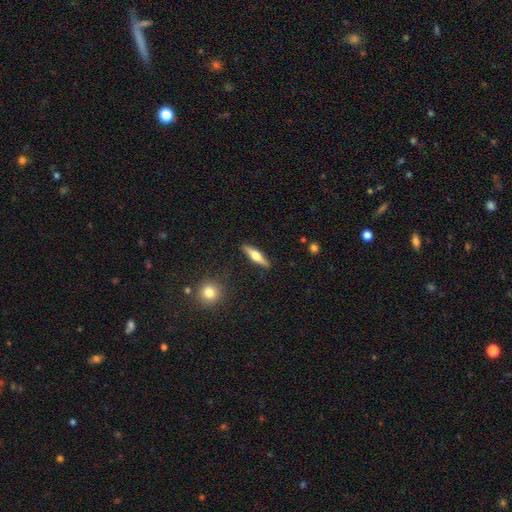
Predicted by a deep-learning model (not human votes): Smooth or featured?
  - featured or disk: 53% *
  - smooth: 41%
  - star or artifact: 6%
Edge-on disk?
  - yes: 95% *
  - no: 5%
Edge-on bulge?
  - rounded: 92% *
  - boxy: 5%
  - none: 3%
Merging?
  - none: 89% *
  - minor disturbance: 7%
  - major disturbance: 2%
  - merger: 2%